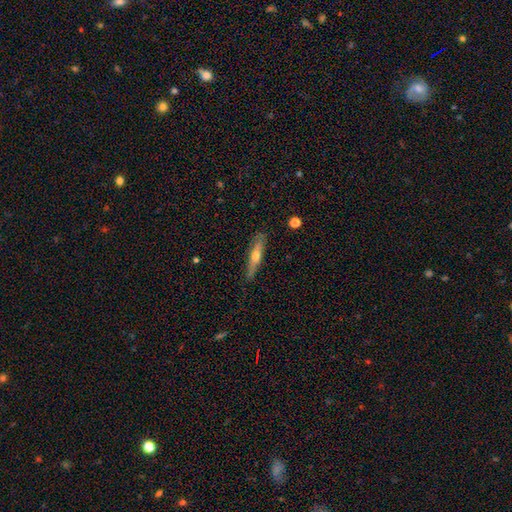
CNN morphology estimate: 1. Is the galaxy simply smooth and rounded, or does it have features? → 53% featured or disk, 40% smooth, 6% star or artifact.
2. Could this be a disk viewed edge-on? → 92% yes, 8% no.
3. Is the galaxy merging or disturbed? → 85% none, 12% minor disturbance, 2% major disturbance, 1% merger.